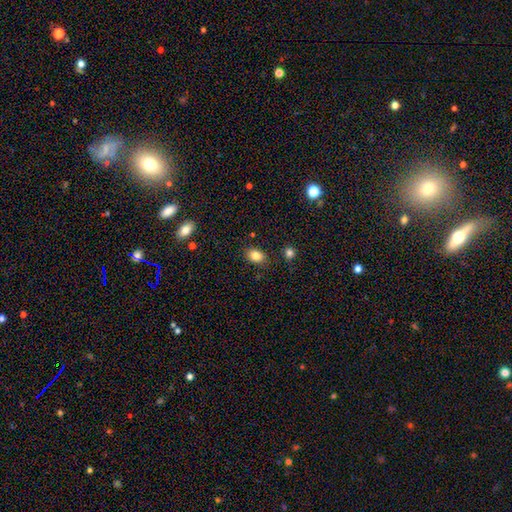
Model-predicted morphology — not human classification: Smooth or featured?
  - smooth: 84% *
  - star or artifact: 9%
  - featured or disk: 7%
How rounded?
  - in between: 78% *
  - round: 21%
  - cigar-shaped: 1%
Merging?
  - none: 86% *
  - minor disturbance: 10%
  - major disturbance: 2%
  - merger: 2%